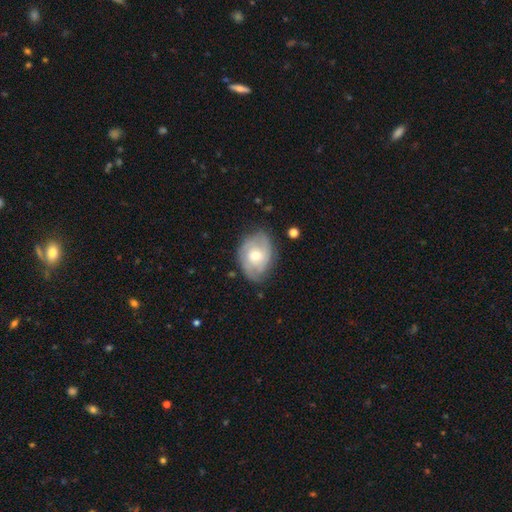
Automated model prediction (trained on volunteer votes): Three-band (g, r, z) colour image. It shows a featured or disk galaxy (63%) with no bar (72%), spiral arms (81%) and a moderate central bulge (66%). Merging: none (71%).